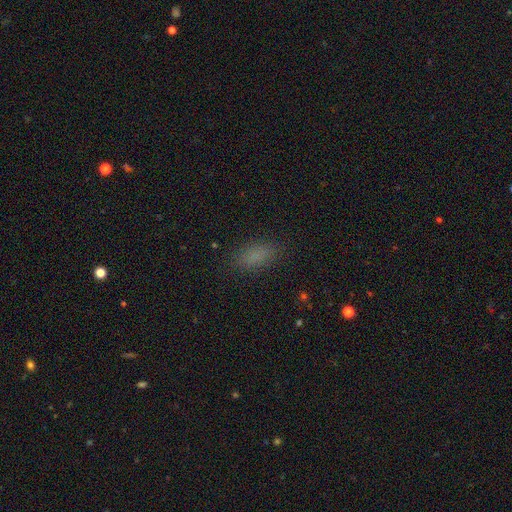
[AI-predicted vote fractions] Smooth or featured? Predicted: smooth (p=0.82). How rounded? Predicted: in between (p=0.80). Merging? Predicted: none (p=0.85).